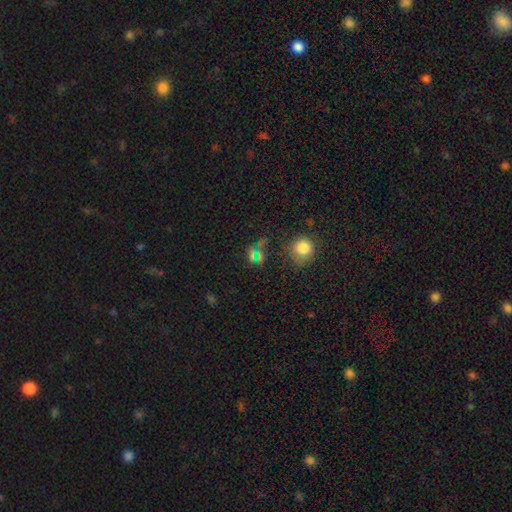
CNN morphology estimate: Smooth or featured? star or artifact (52%)